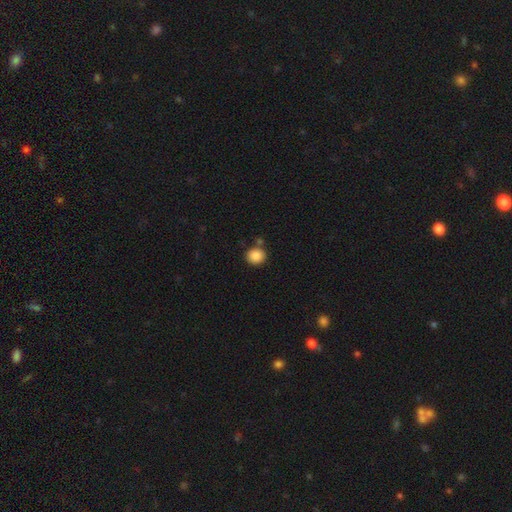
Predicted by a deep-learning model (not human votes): Overall: smooth (88%). How rounded: round (84%). Merging: none (77%).